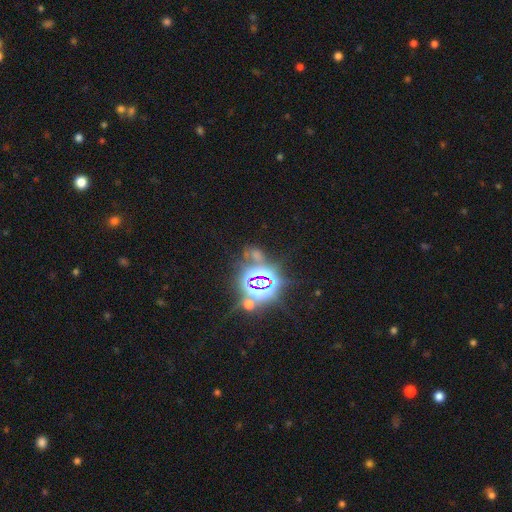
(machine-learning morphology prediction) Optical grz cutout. It shows a star or artifact, not a galaxy (79%).